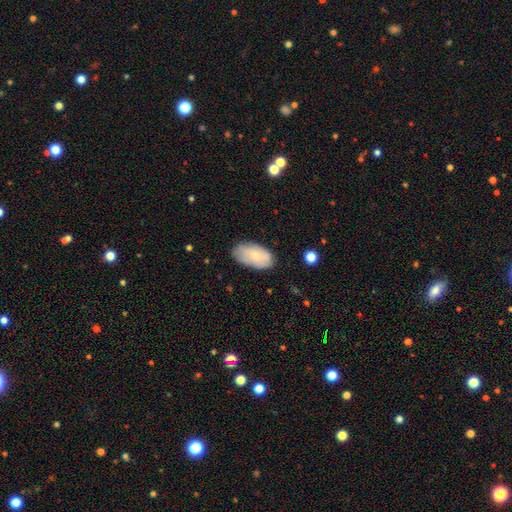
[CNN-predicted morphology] A smooth galaxy with no disk features (69%) that is in between round and cigar-shaped (95%).

Vote fractions:
- Smooth or featured? smooth: 69% / featured or disk: 24% / star or artifact: 7%
- How rounded? in between: 95% / round: 3% / cigar-shaped: 2%
- Merging? none: 78% / minor disturbance: 17% / major disturbance: 3% / merger: 1%